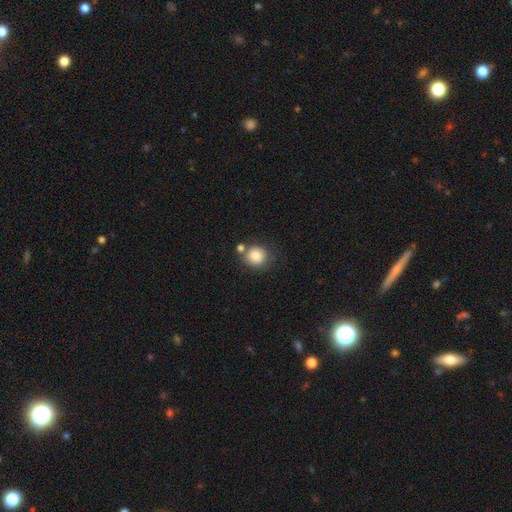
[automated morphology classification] smooth_or_featured: smooth (p=0.85) [alt: star or artifact p=0.09]
how_rounded: round (p=0.83) [alt: in between p=0.17]
merging: none (p=0.65) [alt: merger p=0.16]